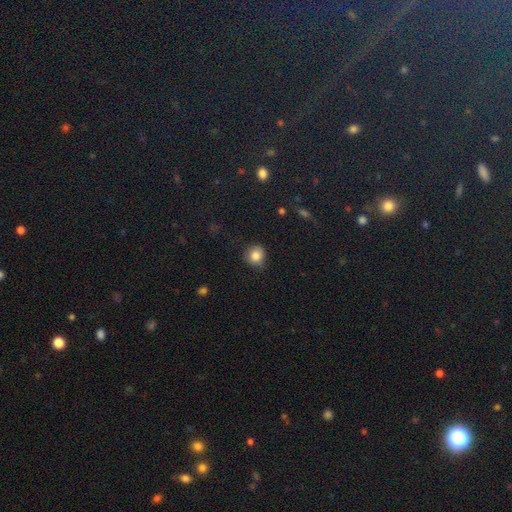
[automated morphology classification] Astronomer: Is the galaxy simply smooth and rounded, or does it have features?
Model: smooth — 84%.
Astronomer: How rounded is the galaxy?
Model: round — 87%.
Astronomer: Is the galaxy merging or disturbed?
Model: none — 83%.